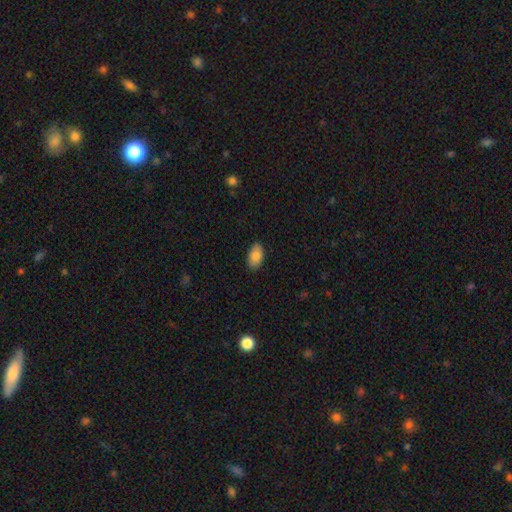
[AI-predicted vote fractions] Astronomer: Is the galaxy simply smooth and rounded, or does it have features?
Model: smooth — 82%.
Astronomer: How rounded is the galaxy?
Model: in between — 93%.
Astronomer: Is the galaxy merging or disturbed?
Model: none — 85%.